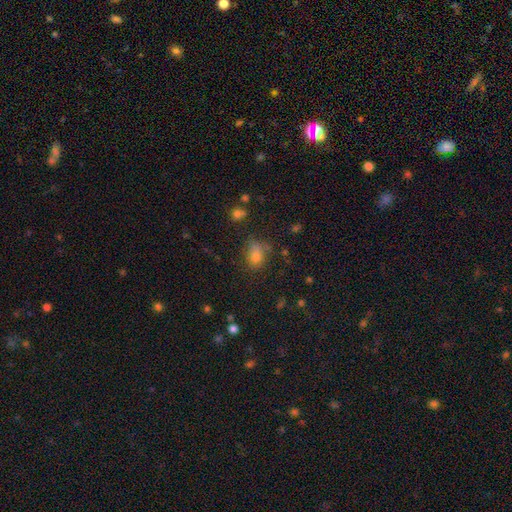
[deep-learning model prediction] Morphology: type=smooth (73%); roundness=in between (70%); merging=none (62%).